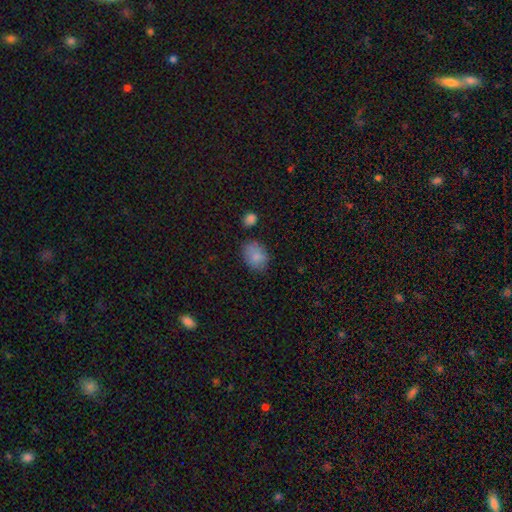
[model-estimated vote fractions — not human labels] Smooth or featured? smooth (84%)
How rounded? in between (68%)
Merging? none (71%)